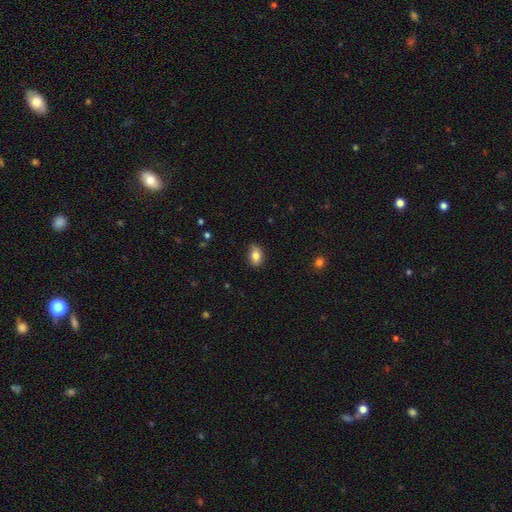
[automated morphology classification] smooth_or_featured: smooth (p=0.82) [alt: featured or disk p=0.09]
how_rounded: in between (p=0.84) [alt: round p=0.14]
merging: none (p=0.81) [alt: minor disturbance p=0.16]